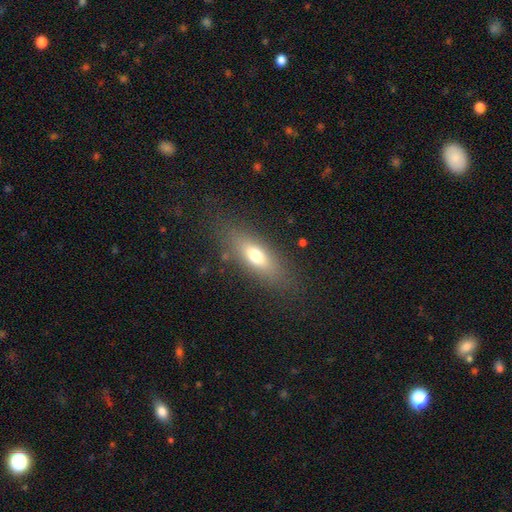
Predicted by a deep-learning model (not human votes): Morphology: type=smooth (67%); roundness=in between (61%); merging=none (80%).